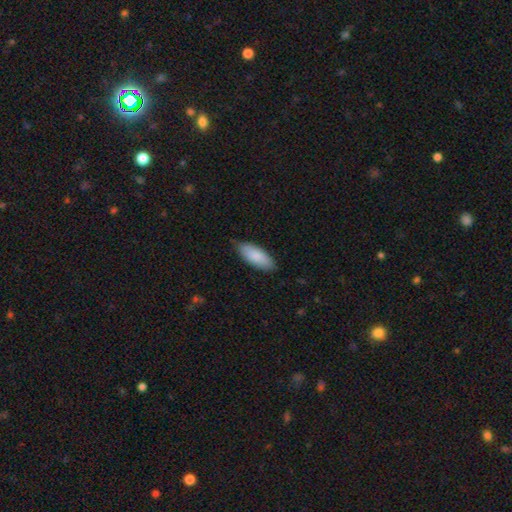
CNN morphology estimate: The model was most divided on "merging": none: 80%, minor disturbance: 16%, major disturbance: 2%, merger: 1%. More confident: smooth or featured — smooth (87%); how rounded — in between (82%).